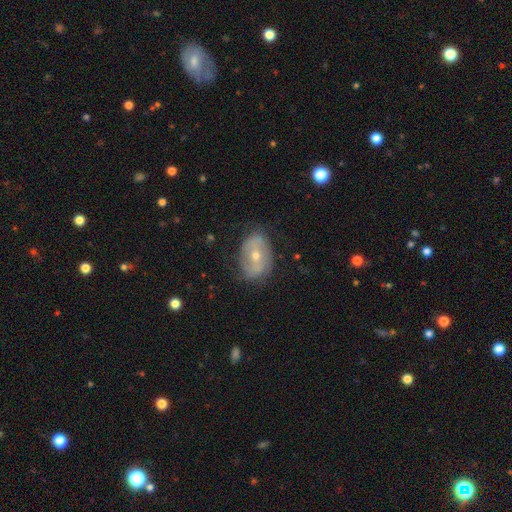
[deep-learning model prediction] This appears to be a featured or disk galaxy (59%) with no bar (47%), no spiral arms (51%) and a moderate central bulge (53%). Merging: none (75%).